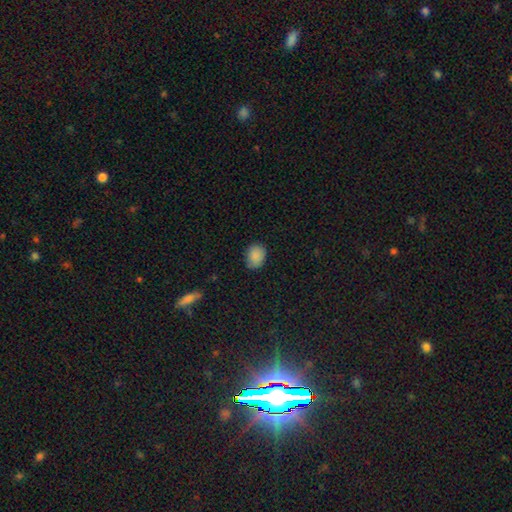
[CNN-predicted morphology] Smooth or featured? smooth (88%)
How rounded? in between (60%)
Merging? none (81%)